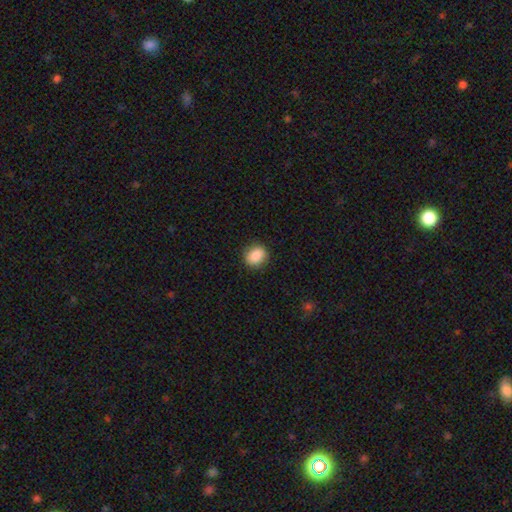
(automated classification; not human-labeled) Smooth or featured: smooth — 87% (star or artifact — 8%)
How rounded: round — 60% (in between — 39%)
Merging: none — 88% (minor disturbance — 8%)